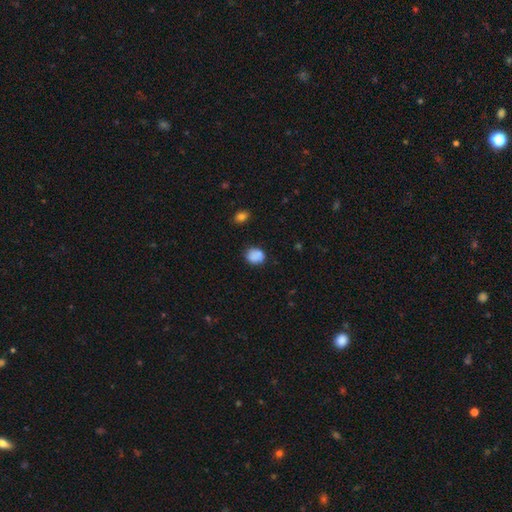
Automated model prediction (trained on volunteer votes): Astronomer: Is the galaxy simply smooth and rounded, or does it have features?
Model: smooth — 83%.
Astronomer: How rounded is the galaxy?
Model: round — 62% (runner-up: in between, 37%).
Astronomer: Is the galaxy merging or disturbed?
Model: none — 69%.